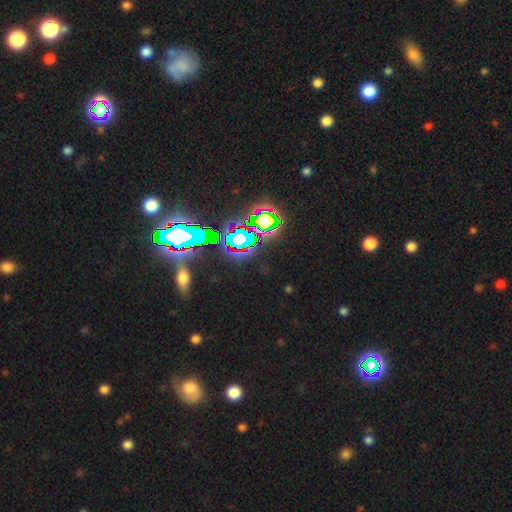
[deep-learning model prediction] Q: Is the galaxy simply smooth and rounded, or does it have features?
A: star or artifact — 81%.